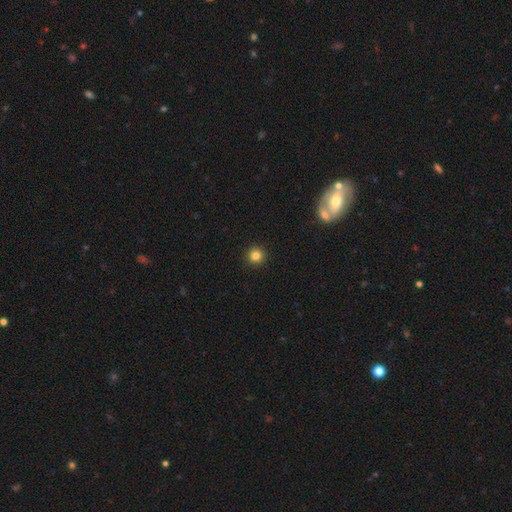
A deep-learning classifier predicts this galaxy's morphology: smooth 83%, star or artifact 12%, featured or disk 5%. Down the decision tree: how rounded — round (95%); merging — none (93%).